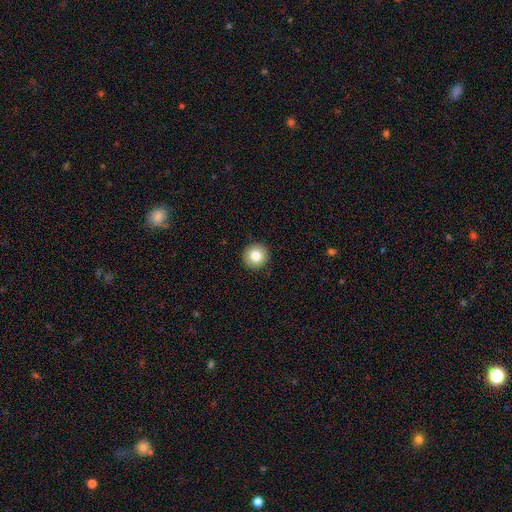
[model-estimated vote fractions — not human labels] Morphology: type=smooth (81%); roundness=round (95%); merging=none (93%).